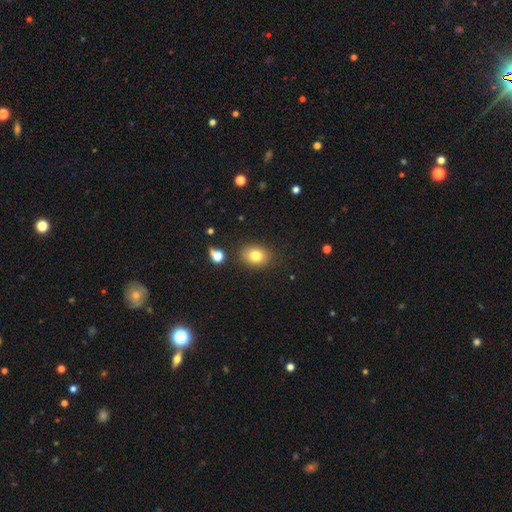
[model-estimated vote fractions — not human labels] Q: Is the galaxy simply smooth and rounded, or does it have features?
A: smooth — 79%.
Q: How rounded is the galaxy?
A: in between — 59%.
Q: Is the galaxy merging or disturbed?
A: none — 84%.